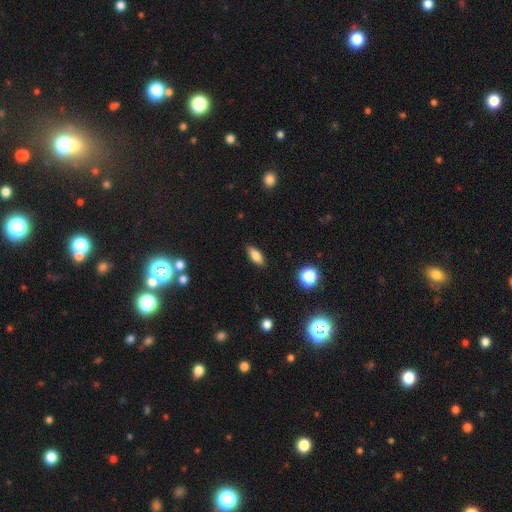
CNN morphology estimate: The model was most divided on "how rounded": in between: 75%, cigar-shaped: 21%, round: 4%. More confident: merging — none (87%); smooth or featured — smooth (74%).